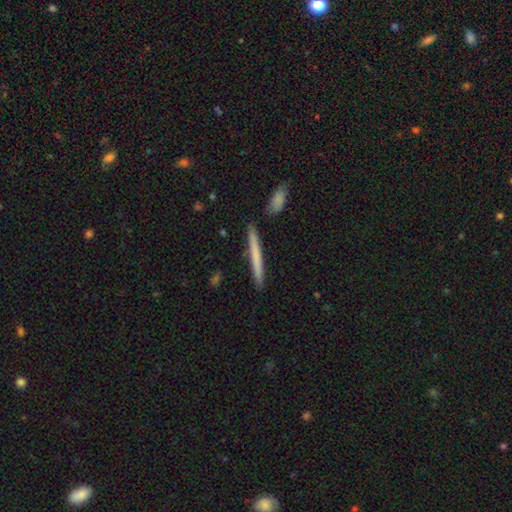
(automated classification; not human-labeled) Morphology: type=smooth (63%); roundness=cigar-shaped (97%); merging=none (89%).